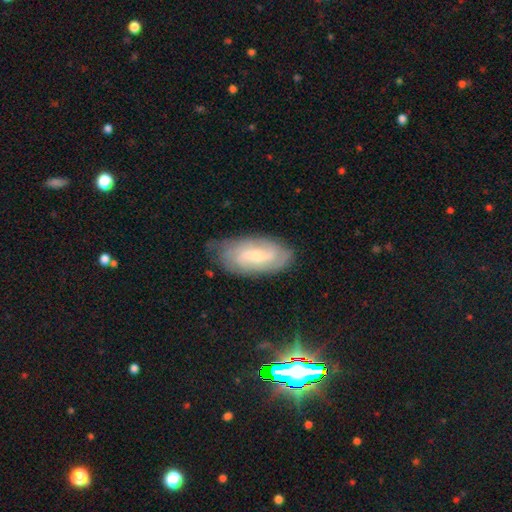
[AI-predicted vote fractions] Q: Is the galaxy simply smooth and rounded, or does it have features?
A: featured or disk — 65%.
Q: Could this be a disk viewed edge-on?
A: no — 92%.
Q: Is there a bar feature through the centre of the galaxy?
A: weak — 50%.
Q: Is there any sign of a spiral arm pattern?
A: yes — 89%.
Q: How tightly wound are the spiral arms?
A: tight — 47%.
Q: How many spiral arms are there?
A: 2 — 41%.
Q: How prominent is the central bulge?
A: small — 52%.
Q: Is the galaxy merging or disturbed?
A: none — 71%.